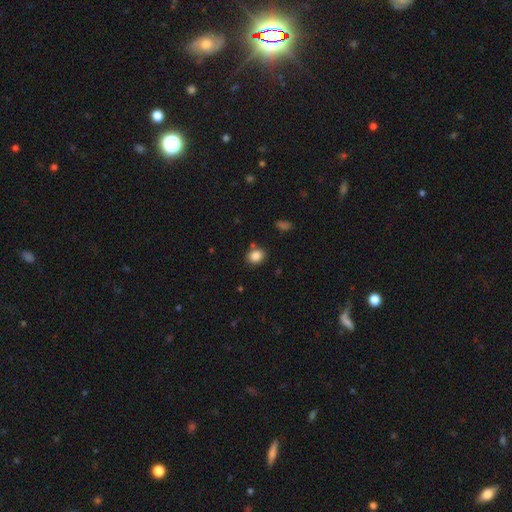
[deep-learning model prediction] Morphology: type=smooth (86%); roundness=round (58%); merging=none (81%).